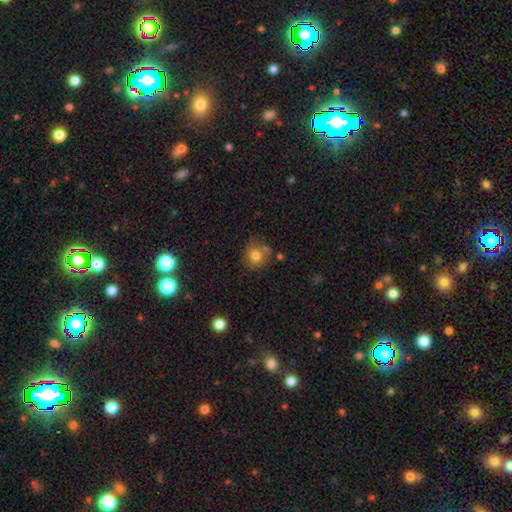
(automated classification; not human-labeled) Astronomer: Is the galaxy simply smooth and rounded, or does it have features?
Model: smooth — 78%.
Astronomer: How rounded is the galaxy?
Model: round — 79%.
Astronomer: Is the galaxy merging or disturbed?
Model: none — 59%.